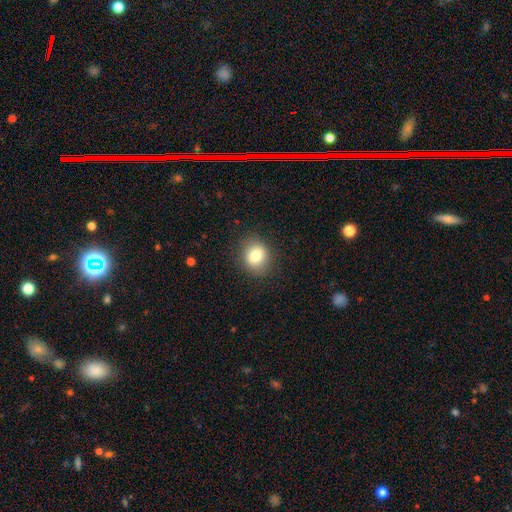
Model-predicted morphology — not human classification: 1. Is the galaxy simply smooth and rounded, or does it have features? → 78% smooth, 11% featured or disk, 10% star or artifact.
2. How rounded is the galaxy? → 72% round, 27% in between, 1% cigar-shaped.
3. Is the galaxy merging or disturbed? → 87% none, 9% minor disturbance, 3% major disturbance, 1% merger.